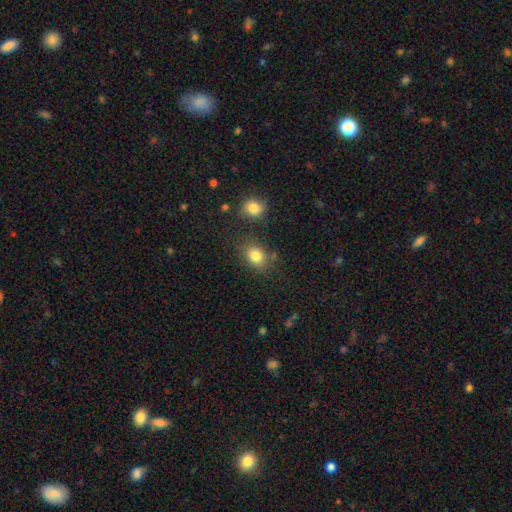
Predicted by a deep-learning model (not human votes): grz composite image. It shows a smooth galaxy with no disk features (83%) that is in between round and cigar-shaped (56%). Merging: none (74%).